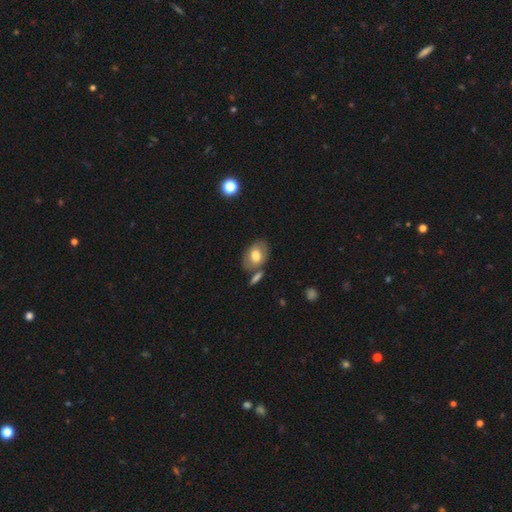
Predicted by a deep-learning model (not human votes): This is likely a smooth galaxy (69%). How rounded: clearly in between (81%). Merging: likely none (65%).